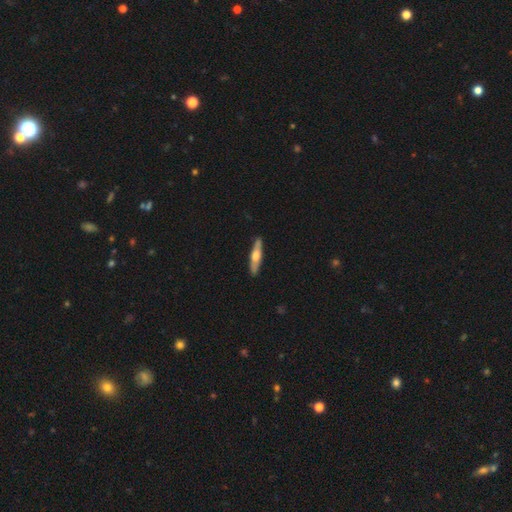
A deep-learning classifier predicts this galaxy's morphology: A featured or disk galaxy (49%). Merging: none (88%).